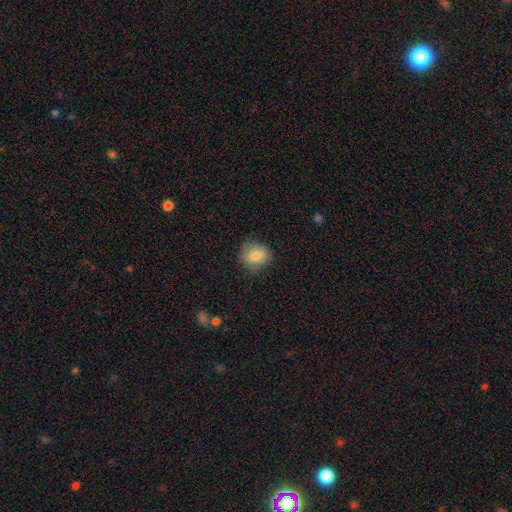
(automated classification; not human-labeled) The model was most divided on "how rounded": round: 80%, in between: 19%, cigar-shaped: 1%. More confident: merging — none (82%); smooth or featured — smooth (82%).